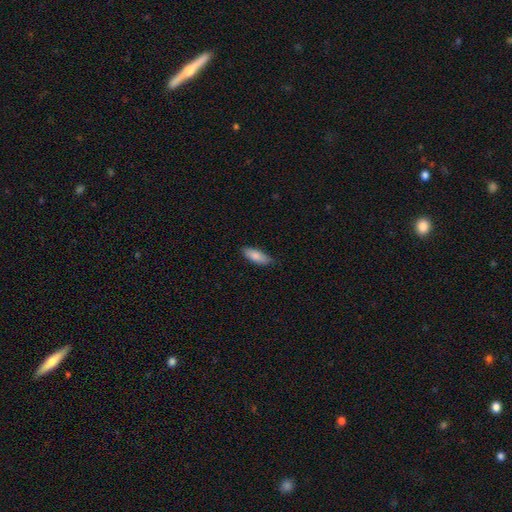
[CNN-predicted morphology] The model was most divided on "how rounded": in between: 67%, cigar-shaped: 31%, round: 2%. More confident: smooth or featured — smooth (85%); merging — none (83%).